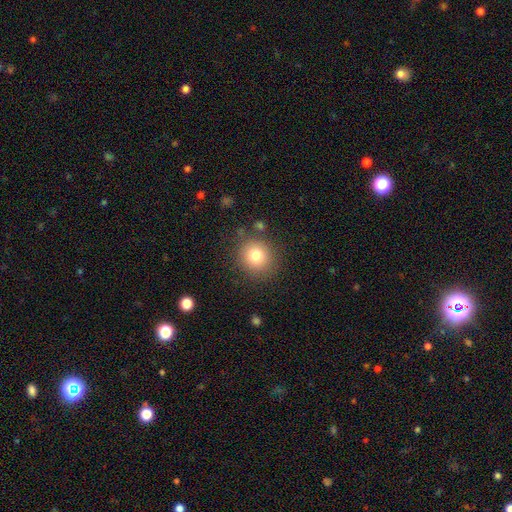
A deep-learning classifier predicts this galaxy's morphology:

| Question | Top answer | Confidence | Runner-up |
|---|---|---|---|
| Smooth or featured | smooth | 79% | star or artifact (12%) |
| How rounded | round | 90% | in between (9%) |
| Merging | none | 84% | minor disturbance (10%) |